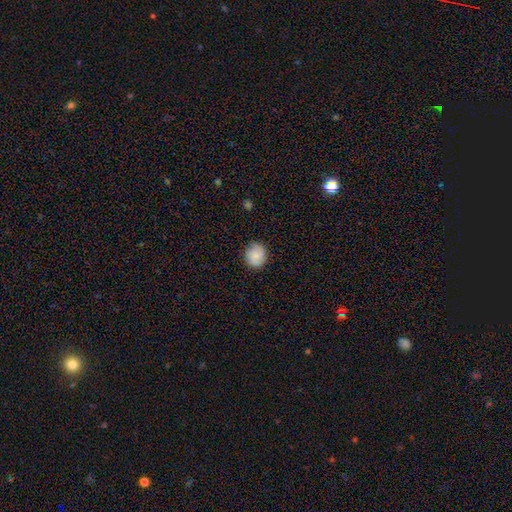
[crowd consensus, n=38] smooth 84%, featured or disk 11%, star or artifact 5%. Down the decision tree: how rounded — round (97%); merging — none (89%).